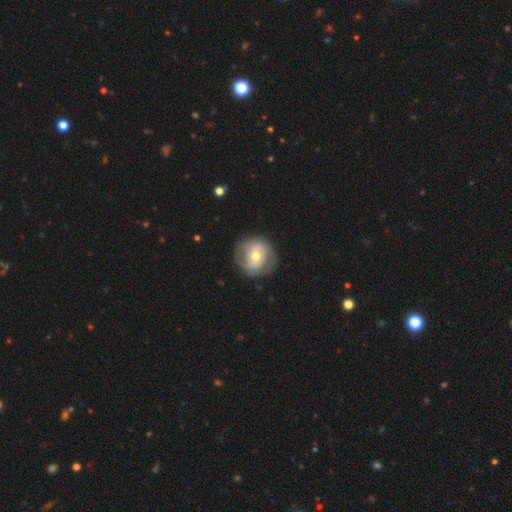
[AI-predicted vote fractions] Overall: featured or disk (54%; smooth 40%). Edge-on disk: no (96%). Bar: no (53%; weak 34%). Spiral arms: yes (56%; no 44%). Bulge size: moderate (71%). Merging: none (77%).